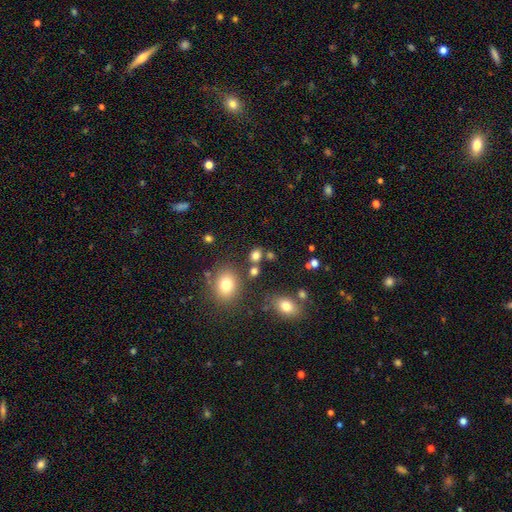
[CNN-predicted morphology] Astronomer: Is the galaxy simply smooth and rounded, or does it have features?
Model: smooth — 78%.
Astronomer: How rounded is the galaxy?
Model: round — 57% (runner-up: in between, 41%).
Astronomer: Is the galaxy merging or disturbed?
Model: none — 73%.